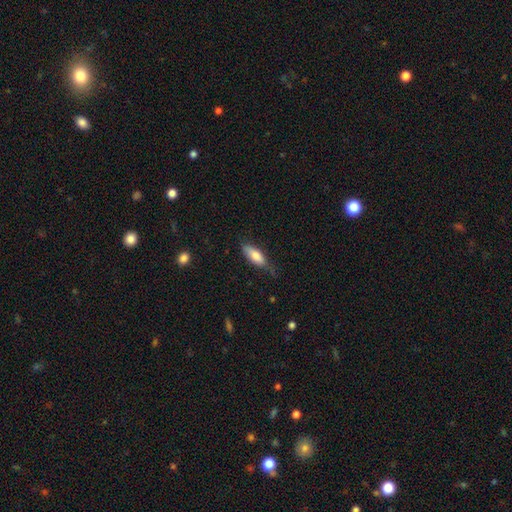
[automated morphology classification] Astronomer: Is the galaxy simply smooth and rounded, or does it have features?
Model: smooth — 75%.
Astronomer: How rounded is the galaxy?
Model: in between — 71%.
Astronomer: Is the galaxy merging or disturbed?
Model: none — 62%.